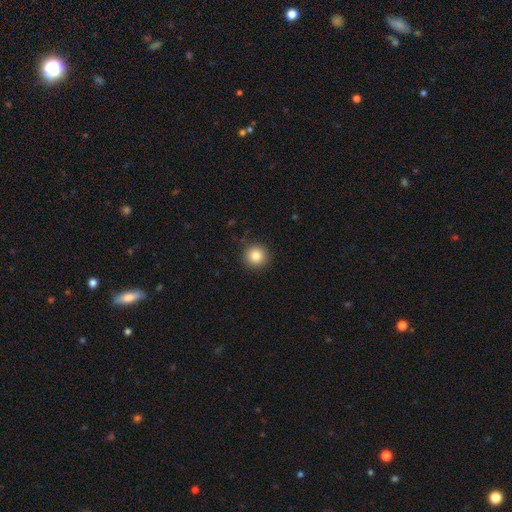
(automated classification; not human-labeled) Overall: smooth (84%). How rounded: round (94%). Merging: none (90%).